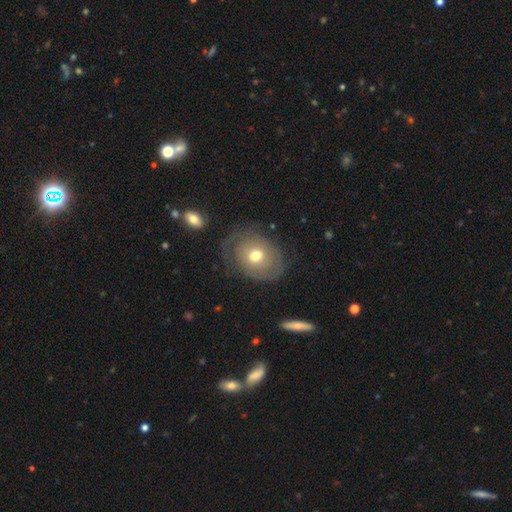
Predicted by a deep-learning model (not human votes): smooth_or_featured: featured or disk (p=0.56) [alt: smooth p=0.37]
disk_edge_on: no (p=0.95) [alt: yes p=0.05]
bar: no (p=0.75) [alt: weak p=0.21]
has_spiral_arms: yes (p=0.64) [alt: no p=0.36]
bulge_size: moderate (p=0.73) [alt: small p=0.18]
merging: none (p=0.62) [alt: minor disturbance p=0.21]